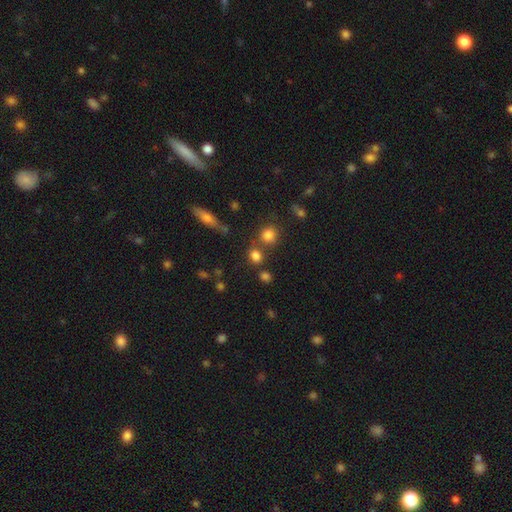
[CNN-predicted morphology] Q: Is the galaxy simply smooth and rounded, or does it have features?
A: smooth — 78%.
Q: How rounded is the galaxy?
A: round — 66%.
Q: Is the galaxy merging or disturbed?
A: none — 66%.